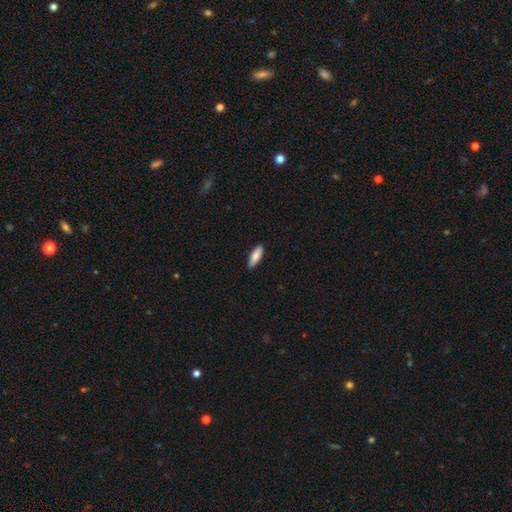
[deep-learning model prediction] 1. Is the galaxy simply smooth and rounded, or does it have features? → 84% smooth, 10% featured or disk, 6% star or artifact.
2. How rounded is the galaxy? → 61% in between, 37% cigar-shaped, 2% round.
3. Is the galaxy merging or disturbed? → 86% none, 11% minor disturbance, 2% major disturbance, 1% merger.